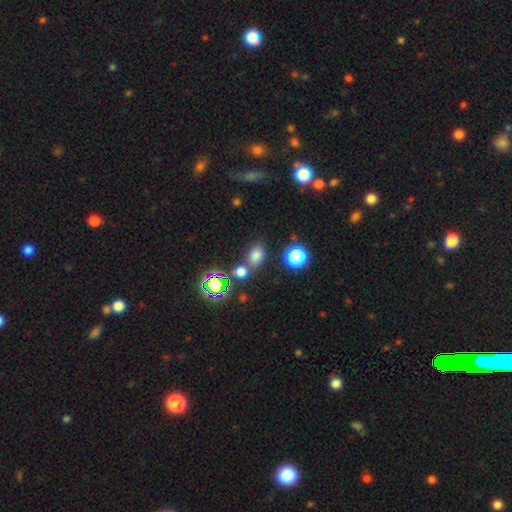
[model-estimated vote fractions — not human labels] Overall: smooth (72%). How rounded: in between (66%; round 32%). Merging: none (67%).